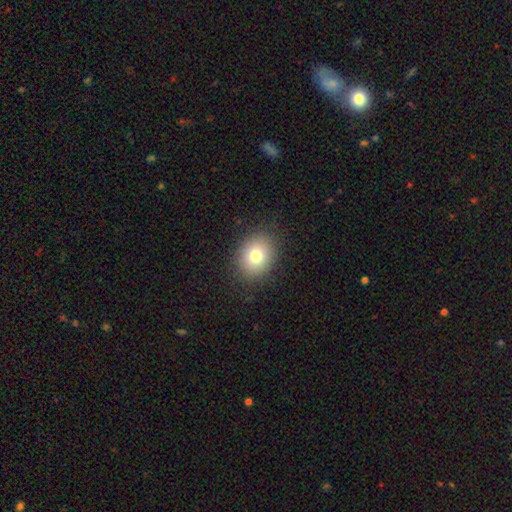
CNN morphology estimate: This appears to be a smooth galaxy with no disk features (77%) that is round (55%). Merging: none (87%).